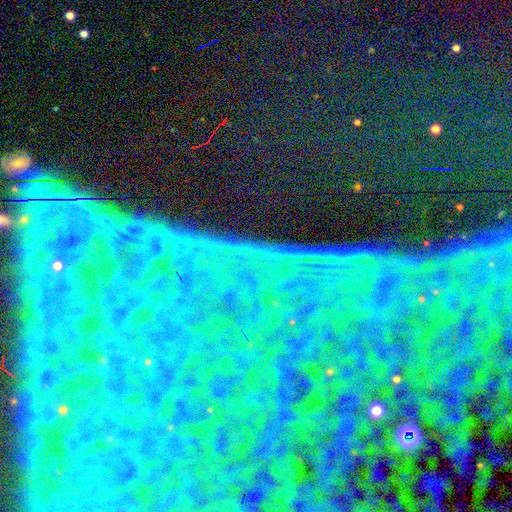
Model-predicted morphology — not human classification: Smooth or featured? star or artifact (86%)